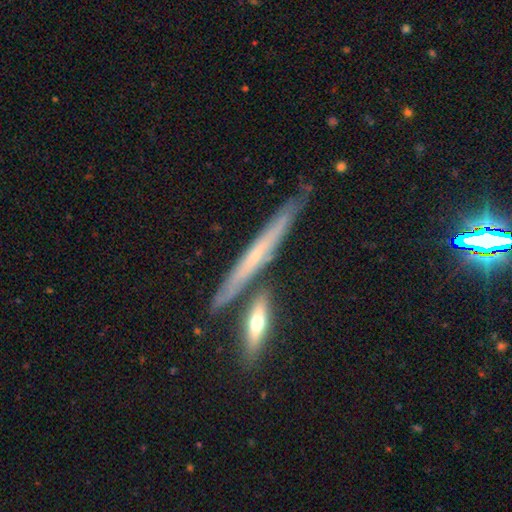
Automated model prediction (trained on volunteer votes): Smooth or featured?
  - featured or disk: 64% *
  - smooth: 29%
  - star or artifact: 7%
Edge-on disk?
  - yes: 93% *
  - no: 7%
Edge-on bulge?
  - none: 66% *
  - rounded: 30%
  - boxy: 5%
Merging?
  - none: 76% *
  - minor disturbance: 11%
  - merger: 11%
  - major disturbance: 2%